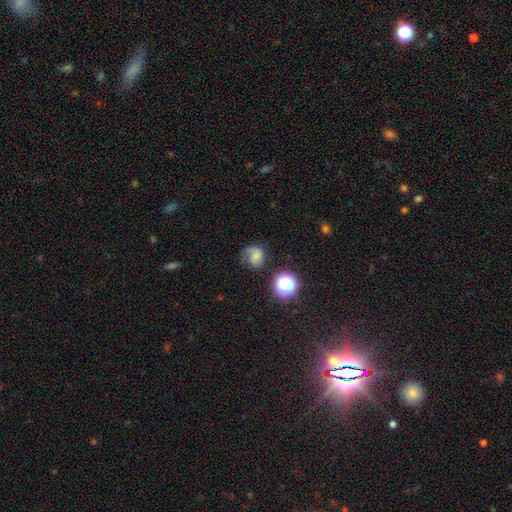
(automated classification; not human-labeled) smooth_or_featured: smooth (p=0.53) [alt: featured or disk p=0.32]
how_rounded: round (p=0.67) [alt: in between p=0.32]
merging: none (p=0.46) [alt: minor disturbance p=0.27]